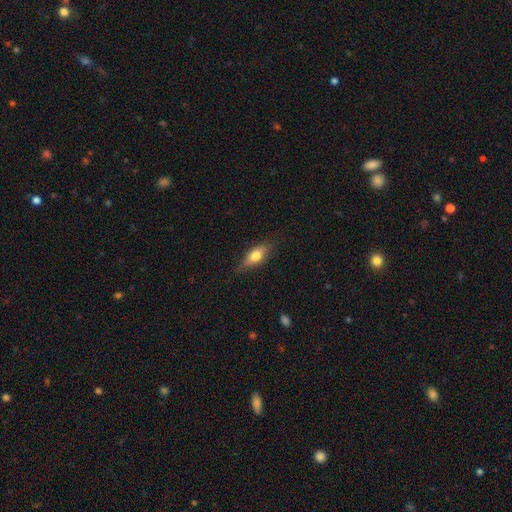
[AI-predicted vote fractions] This is likely a smooth galaxy (60%). How rounded: likely in between (64%). Merging: likely none (75%).